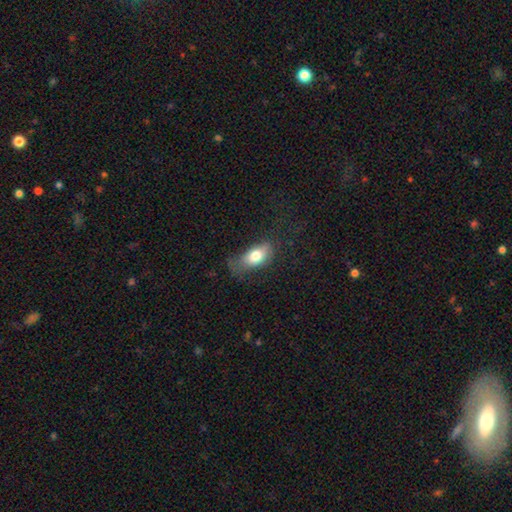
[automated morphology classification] Smooth or featured?
  - smooth: 75% *
  - featured or disk: 17%
  - star or artifact: 8%
How rounded?
  - in between: 87% *
  - round: 7%
  - cigar-shaped: 5%
Merging?
  - none: 46% *
  - minor disturbance: 31%
  - major disturbance: 21%
  - merger: 2%